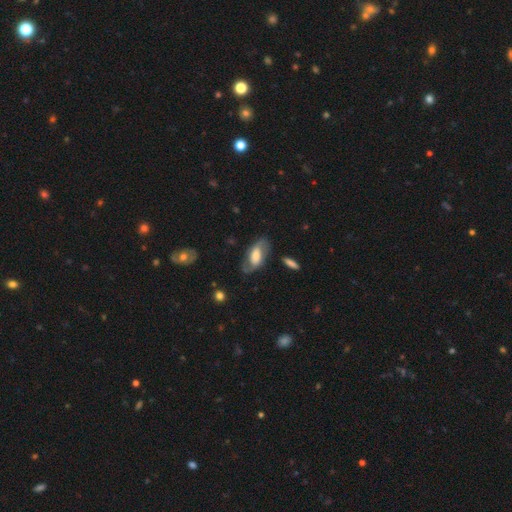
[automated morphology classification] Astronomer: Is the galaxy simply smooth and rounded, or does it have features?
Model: featured or disk — 62%.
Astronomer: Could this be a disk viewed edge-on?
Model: no — 91%.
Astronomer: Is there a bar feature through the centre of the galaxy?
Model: weak — 39% (runner-up: no, 35%).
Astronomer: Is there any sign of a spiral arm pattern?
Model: yes — 81%.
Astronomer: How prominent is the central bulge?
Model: large — 38% (runner-up: moderate, 35%).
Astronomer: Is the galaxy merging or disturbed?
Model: none — 67%.